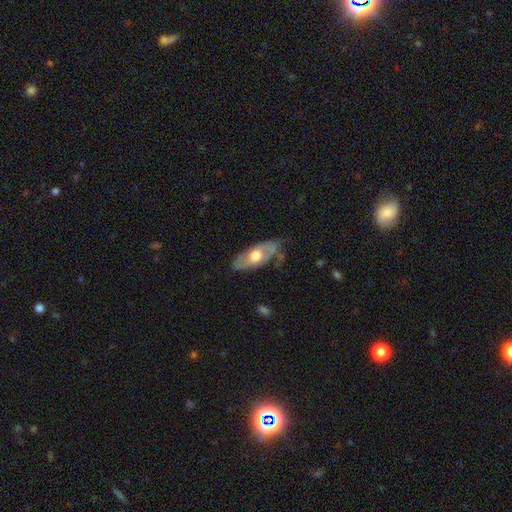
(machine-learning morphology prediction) smooth-or-featured: featured or disk: 52% | smooth: 42% | star or artifact: 5%
  disk-edge-on: no: 70% | yes: 30%
  merging: none: 73% | minor disturbance: 20% | major disturbance: 6% | merger: 2%